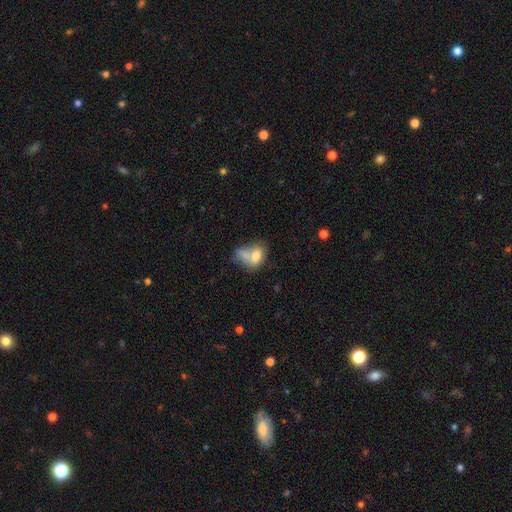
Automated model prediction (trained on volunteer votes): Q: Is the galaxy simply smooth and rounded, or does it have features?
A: smooth — 69%.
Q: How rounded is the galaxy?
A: in between — 71%.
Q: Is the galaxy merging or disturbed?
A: merger — 52%.